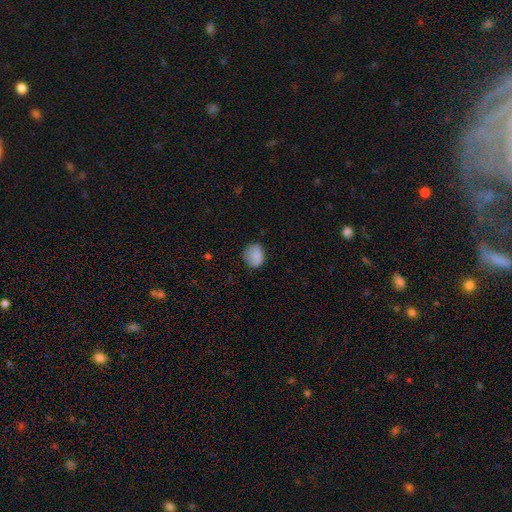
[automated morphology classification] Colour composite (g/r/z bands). It shows a smooth galaxy with no disk features (85%) that is round (56%). Merging: none (71%).